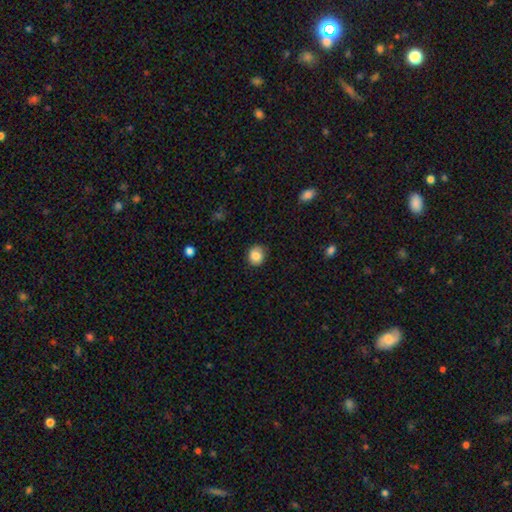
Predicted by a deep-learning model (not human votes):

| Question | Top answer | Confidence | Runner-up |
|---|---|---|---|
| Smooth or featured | smooth | 84% | star or artifact (9%) |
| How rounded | round | 78% | in between (22%) |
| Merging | none | 84% | minor disturbance (13%) |